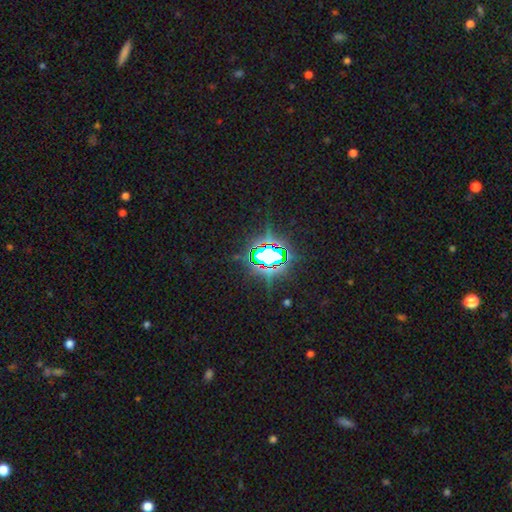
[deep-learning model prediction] smooth-or-featured: star or artifact: 81% | smooth: 11% | featured or disk: 8%